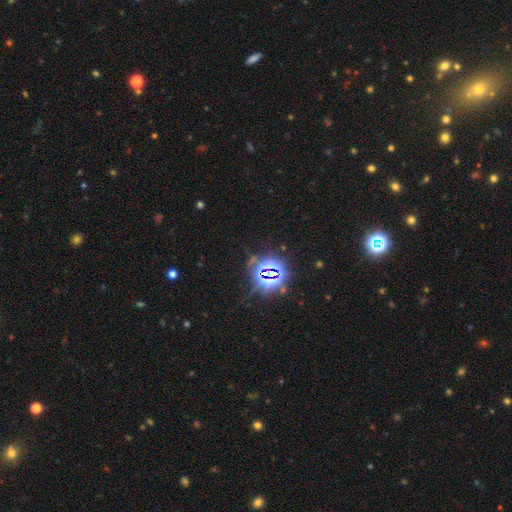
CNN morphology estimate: Q: Smooth or featured?
A: star or artifact (76%); runner-up: smooth (17%)